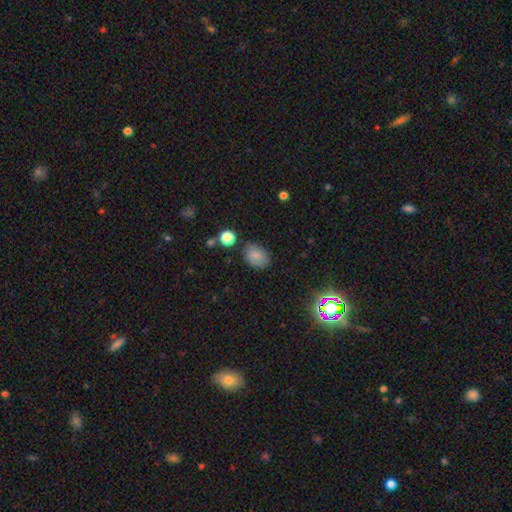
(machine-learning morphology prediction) A smooth galaxy with no disk features (81%) that is in between round and cigar-shaped (75%).

Vote fractions:
- Smooth or featured? smooth: 81% / star or artifact: 10% / featured or disk: 9%
- How rounded? in between: 75% / round: 24% / cigar-shaped: 1%
- Merging? none: 78% / minor disturbance: 15% / major disturbance: 4% / merger: 3%